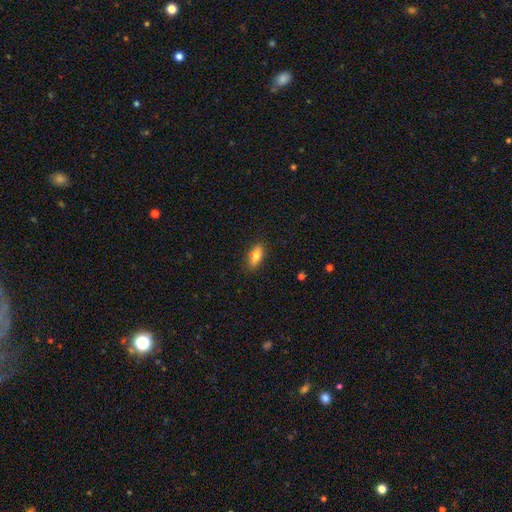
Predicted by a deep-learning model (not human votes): The model was most divided on "how rounded": in between: 77%, cigar-shaped: 19%, round: 3%. More confident: merging — none (84%); smooth or featured — smooth (76%).